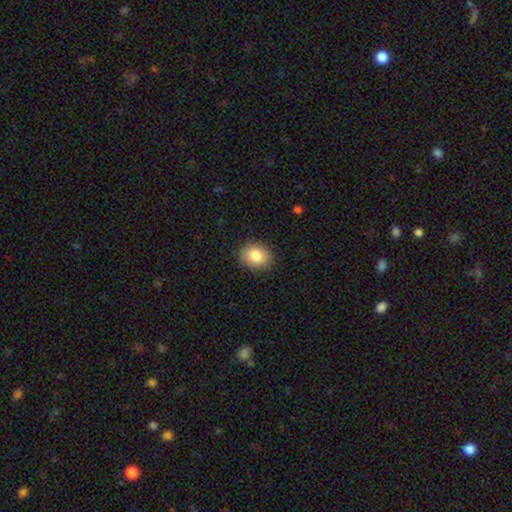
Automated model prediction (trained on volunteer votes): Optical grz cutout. It shows a smooth galaxy with no disk features (85%) that is round (53%). Merging: none (89%).